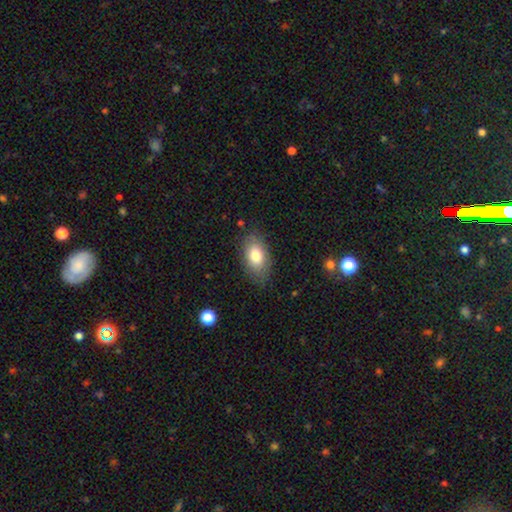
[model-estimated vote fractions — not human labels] Smooth or featured?
  - smooth: 79% *
  - featured or disk: 14%
  - star or artifact: 7%
How rounded?
  - in between: 91% *
  - round: 6%
  - cigar-shaped: 2%
Merging?
  - none: 80% *
  - minor disturbance: 15%
  - major disturbance: 4%
  - merger: 1%